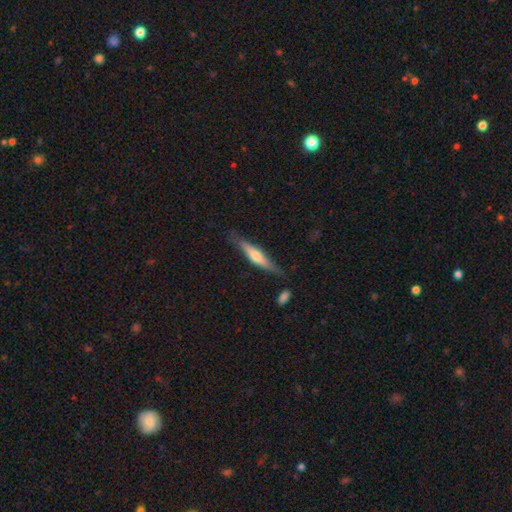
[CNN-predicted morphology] Overall: featured or disk (57%; smooth 37%). Edge-on disk: yes (95%). Edge-on bulge: rounded (84%). Merging: none (80%).